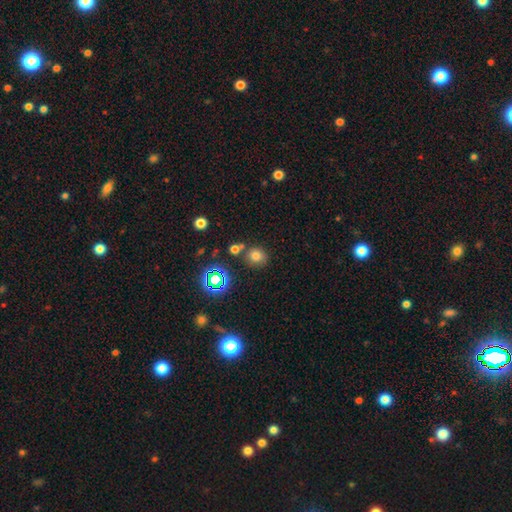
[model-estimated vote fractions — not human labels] The model was most divided on "smooth or featured": smooth: 70%, star or artifact: 21%, featured or disk: 9%. More confident: how rounded — round (76%); merging — none (71%).